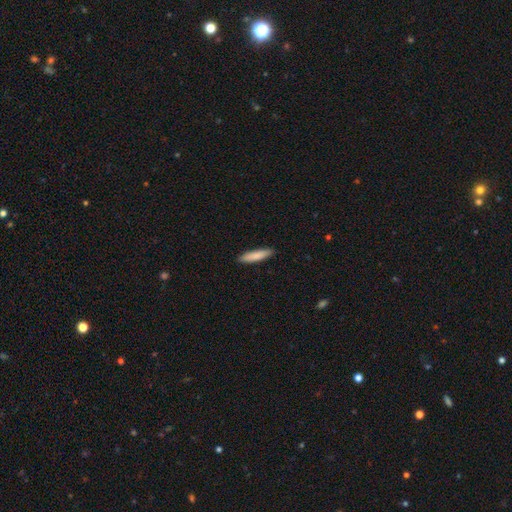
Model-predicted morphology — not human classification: Smooth or featured? Predicted: smooth (p=0.85). How rounded? Predicted: cigar-shaped (p=0.81). Merging? Predicted: none (p=0.91).